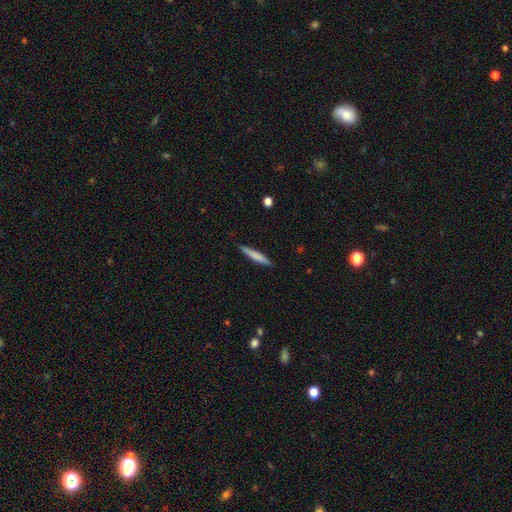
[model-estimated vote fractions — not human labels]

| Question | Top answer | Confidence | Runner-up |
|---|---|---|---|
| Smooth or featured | smooth | 73% | featured or disk (21%) |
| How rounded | cigar-shaped | 94% | in between (5%) |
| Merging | none | 88% | minor disturbance (9%) |